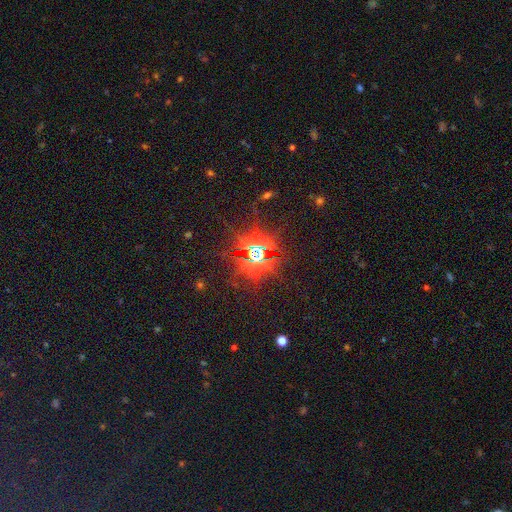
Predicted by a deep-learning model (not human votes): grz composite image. It shows a star or artifact, not a galaxy (84%).